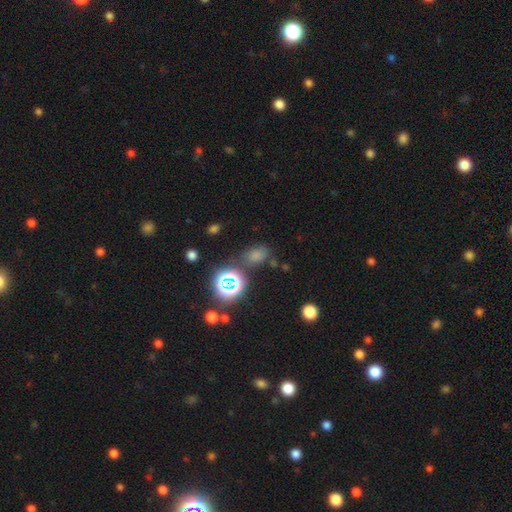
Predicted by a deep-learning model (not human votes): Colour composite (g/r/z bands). It shows a smooth galaxy with no disk features (63%) that is in between round and cigar-shaped (68%). Merging: none (64%).